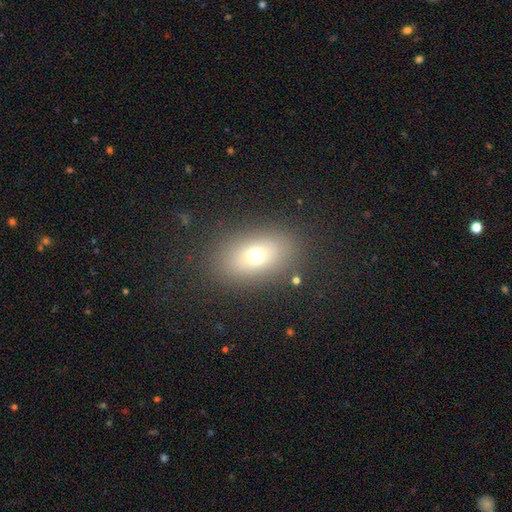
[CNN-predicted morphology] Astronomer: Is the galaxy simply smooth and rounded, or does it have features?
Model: smooth — 68%.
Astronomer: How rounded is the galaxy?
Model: in between — 77%.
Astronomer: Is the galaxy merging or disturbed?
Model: none — 82%.